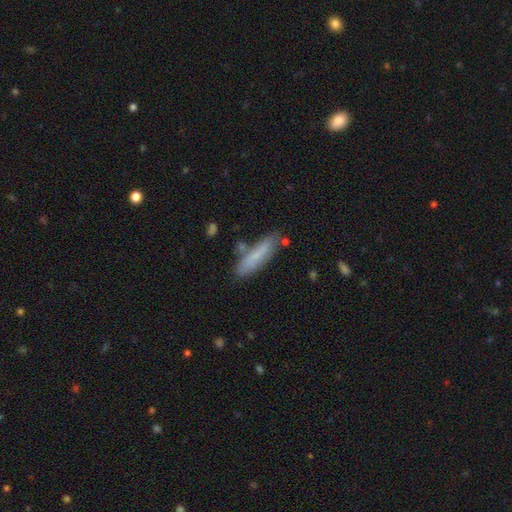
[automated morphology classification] A smooth galaxy with no disk features (72%) that is cigar-shaped (73%). Merging: none (71%).